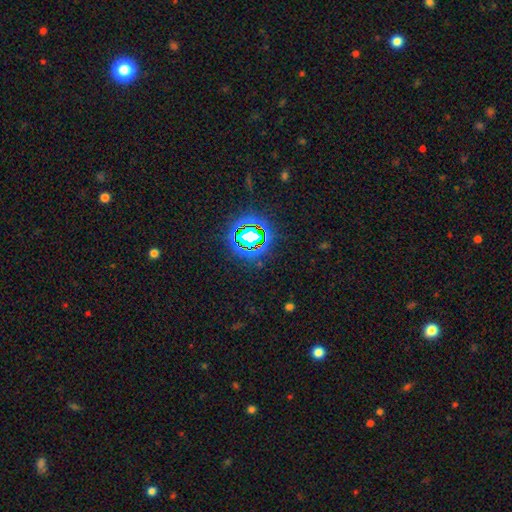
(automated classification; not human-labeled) smooth-or-featured: star or artifact: 80% | smooth: 13% | featured or disk: 7%